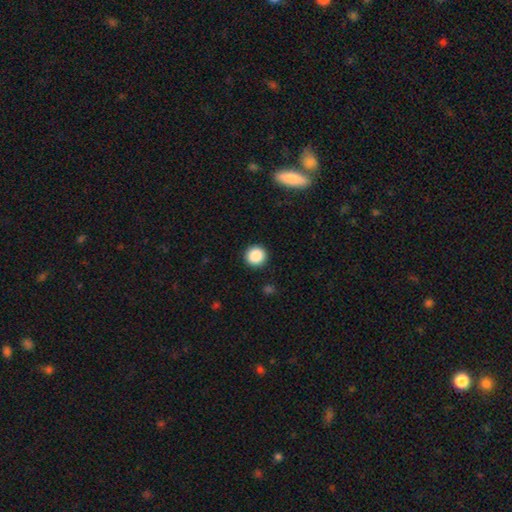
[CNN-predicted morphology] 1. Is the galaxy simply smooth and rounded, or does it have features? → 88% smooth, 10% star or artifact, 3% featured or disk.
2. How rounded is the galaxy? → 95% round, 4% in between, 1% cigar-shaped.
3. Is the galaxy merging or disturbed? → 92% none, 5% minor disturbance, 2% major disturbance, 1% merger.